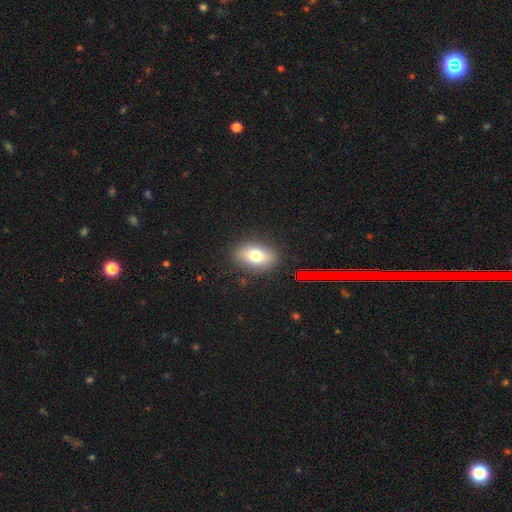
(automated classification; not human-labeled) This appears to be a smooth galaxy with no disk features (74%) that is in between round and cigar-shaped (82%). Merging: none (87%).